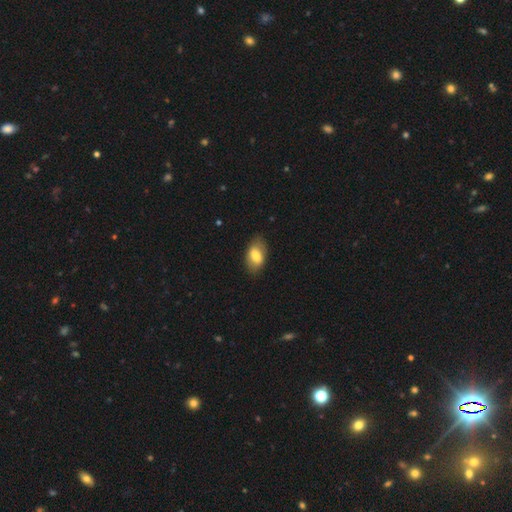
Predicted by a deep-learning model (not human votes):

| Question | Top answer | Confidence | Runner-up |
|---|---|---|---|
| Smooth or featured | smooth | 73% | featured or disk (20%) |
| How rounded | in between | 91% | round (6%) |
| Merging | none | 79% | minor disturbance (16%) |